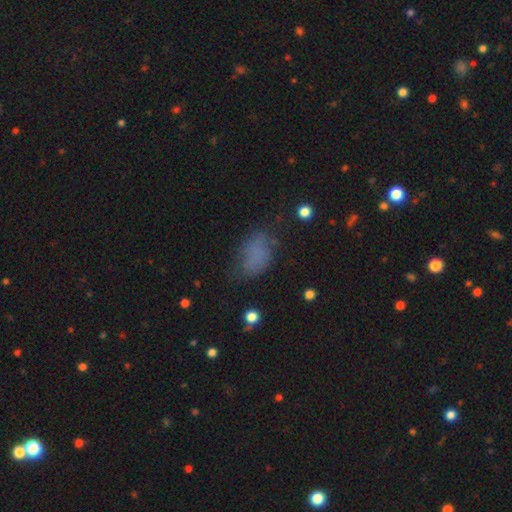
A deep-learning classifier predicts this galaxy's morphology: A smooth galaxy with no disk features (68%) that is in between round and cigar-shaped (85%).

Vote fractions:
- Smooth or featured? smooth: 68% / featured or disk: 16% / star or artifact: 15%
- How rounded? in between: 85% / round: 13% / cigar-shaped: 2%
- Merging? none: 52% / minor disturbance: 29% / major disturbance: 17% / merger: 3%